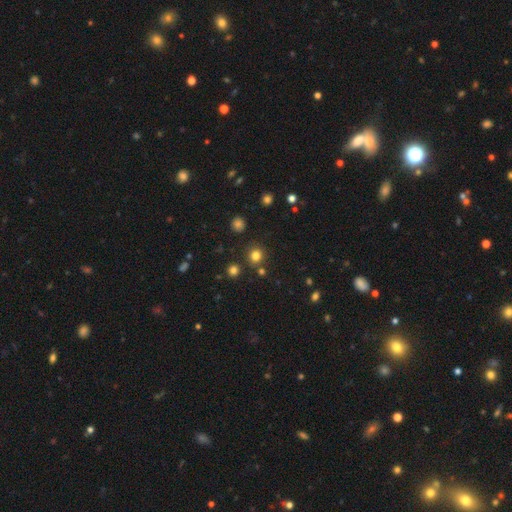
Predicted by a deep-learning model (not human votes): A smooth galaxy with no disk features (78%) that is round (89%).

Vote fractions:
- Smooth or featured? smooth: 78% / star or artifact: 17% / featured or disk: 5%
- How rounded? round: 89% / in between: 10% / cigar-shaped: 1%
- Merging? none: 84% / minor disturbance: 7% / merger: 6% / major disturbance: 3%